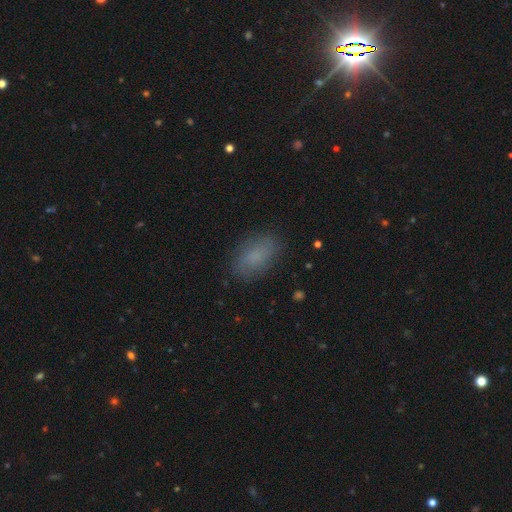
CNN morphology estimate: A smooth galaxy with no disk features (80%) that is in between round and cigar-shaped (90%). Merging: none (83%).